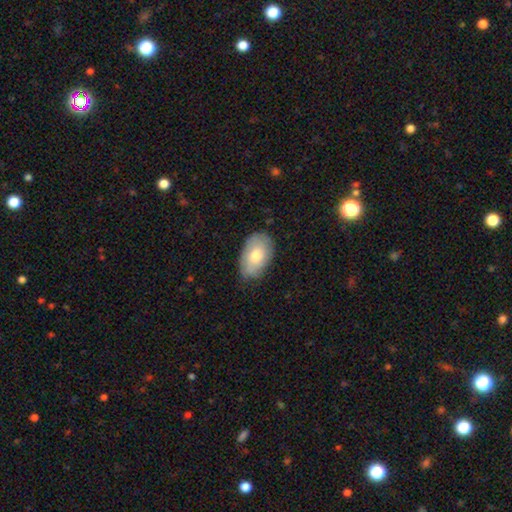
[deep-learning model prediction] This is likely a smooth galaxy (72%). How rounded: clearly in between (92%). Merging: likely none (71%).